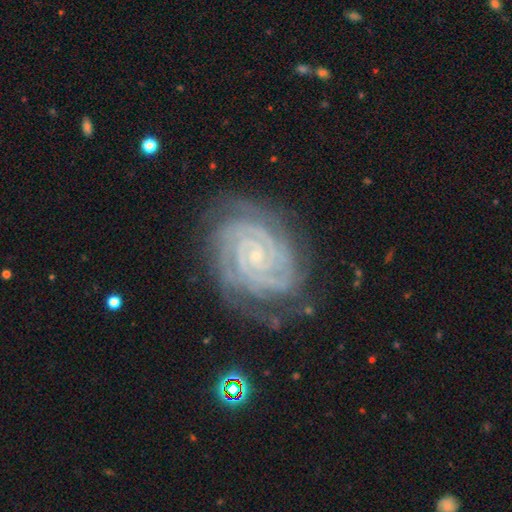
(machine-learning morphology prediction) Smooth or featured?
  - featured or disk: 91% *
  - star or artifact: 5%
  - smooth: 3%
Edge-on disk?
  - no: 98% *
  - yes: 2%
Bar?
  - no: 68% *
  - weak: 22%
  - strong: 10%
Spiral arms?
  - yes: 99% *
  - no: 1%
Spiral winding?
  - tight: 87% *
  - medium: 12%
  - loose: 2%
Spiral arm count?
  - 2: 30% *
  - 3: 21%
  - 4: 18%
  - can't tell: 14%
  - more than 4: 10%
  - 1: 7%
Bulge size?
  - small: 86% *
  - moderate: 10%
  - none: 2%
  - large: 1%
  - dominant: 1%
Merging?
  - none: 75% *
  - minor disturbance: 17%
  - major disturbance: 6%
  - merger: 2%